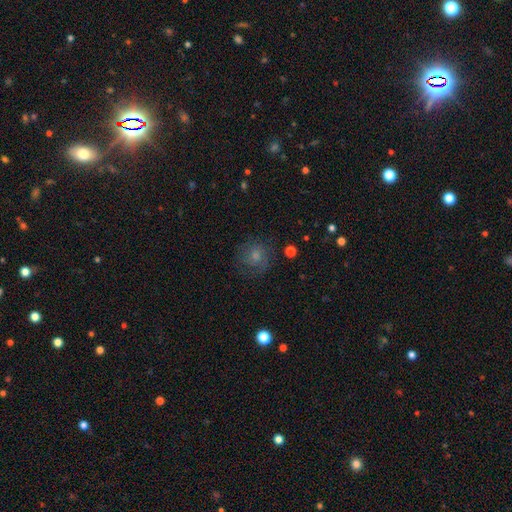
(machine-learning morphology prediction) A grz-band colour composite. It shows a smooth galaxy with no disk features (58%) that is round (85%). Merging: none (70%).